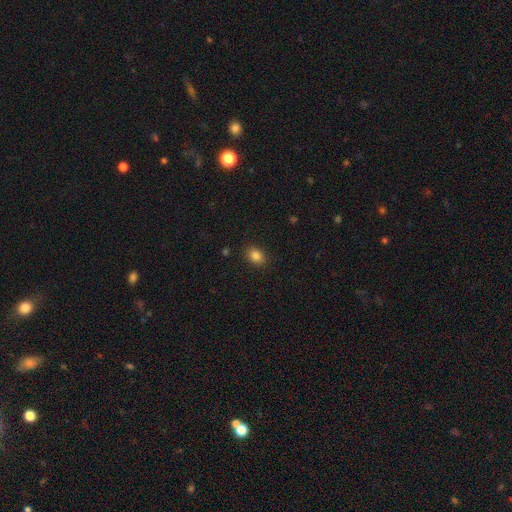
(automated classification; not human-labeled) A smooth galaxy with no disk features (85%) that is in between round and cigar-shaped (60%).

Vote fractions:
- Smooth or featured? smooth: 85% / star or artifact: 11% / featured or disk: 4%
- How rounded? in between: 60% / round: 39% / cigar-shaped: 1%
- Merging? none: 88% / minor disturbance: 9% / major disturbance: 2% / merger: 1%